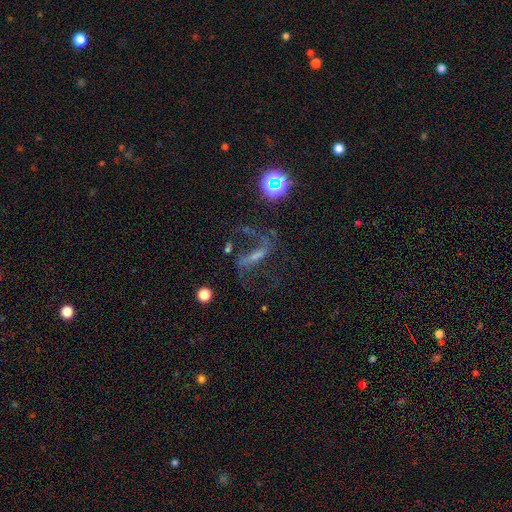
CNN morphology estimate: Smooth or featured? featured or disk (65%)
Edge-on disk? no (88%)
Bar? strong (46%)
Spiral arms? yes (80%)
Bulge size? none (38%)
Merging? none (49%)